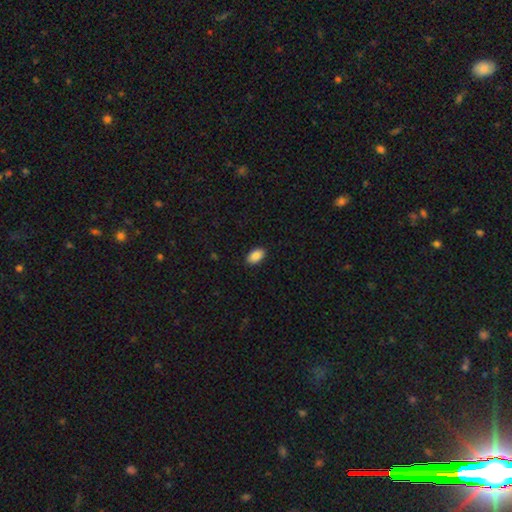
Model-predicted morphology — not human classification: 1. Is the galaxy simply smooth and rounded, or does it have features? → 88% smooth, 7% star or artifact, 5% featured or disk.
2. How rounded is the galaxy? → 93% in between, 6% round, 1% cigar-shaped.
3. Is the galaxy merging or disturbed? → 89% none, 8% minor disturbance, 2% major disturbance, 1% merger.